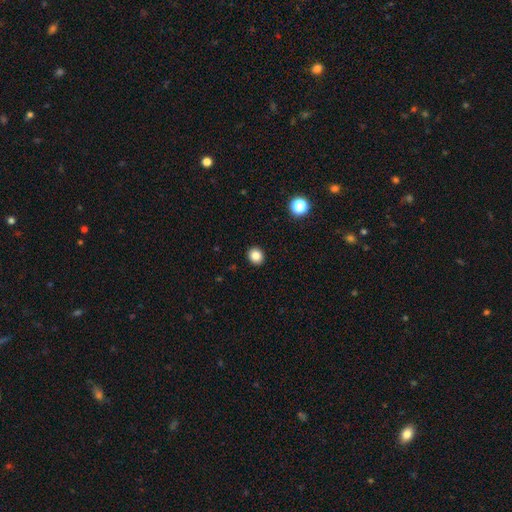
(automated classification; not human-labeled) Q: Smooth or featured?
A: smooth (84%); runner-up: star or artifact (11%)
Q: How rounded?
A: round (76%); runner-up: in between (23%)
Q: Merging?
A: none (92%); runner-up: minor disturbance (5%)